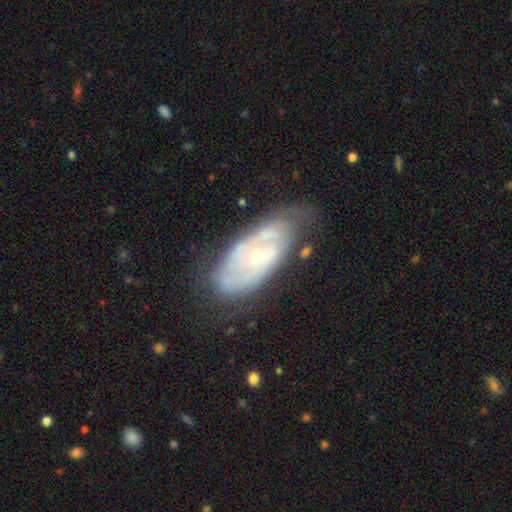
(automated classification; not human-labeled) This is likely a featured or disk galaxy (79%). It is clearly not viewed edge-on (91%). Bar: likely no (77%). Spiral arm pattern: likely yes (69%). Central bulge: possibly moderate (50%). Merging: possibly none (58%).